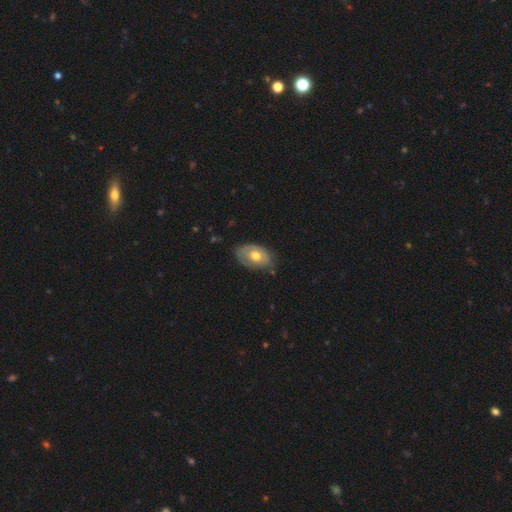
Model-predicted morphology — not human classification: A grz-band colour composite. It shows a smooth galaxy with no disk features (49%). Merging: none (65%).